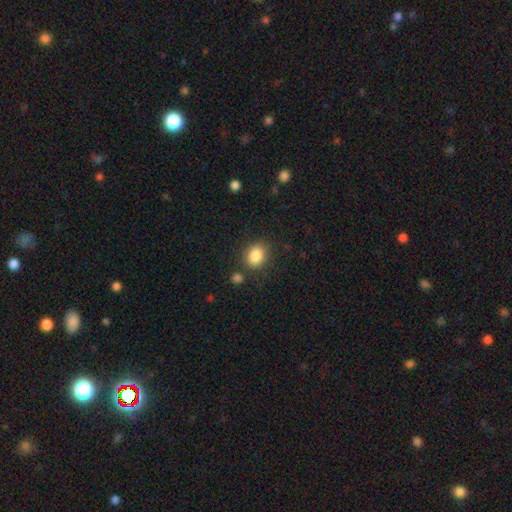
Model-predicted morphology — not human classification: This is clearly a smooth galaxy (86%). How rounded: possibly in between (50%). Merging: likely none (79%).